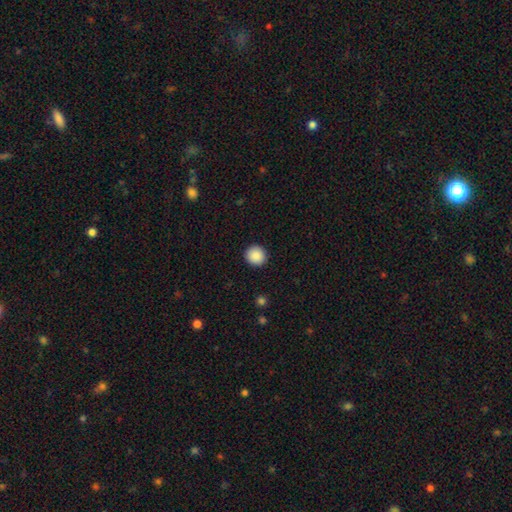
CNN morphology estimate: The model was most divided on "smooth or featured": smooth: 89%, star or artifact: 8%, featured or disk: 3%. More confident: merging — none (92%); how rounded — round (92%).